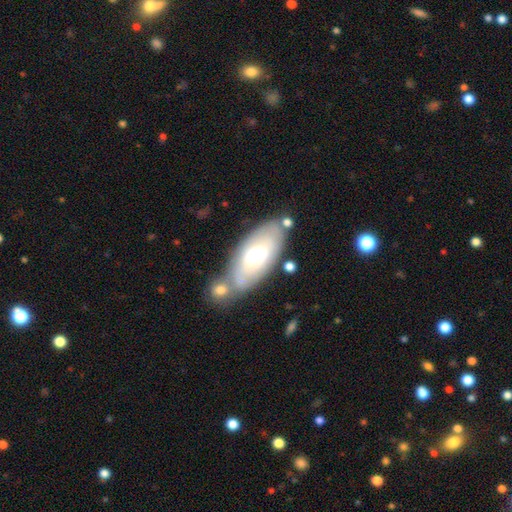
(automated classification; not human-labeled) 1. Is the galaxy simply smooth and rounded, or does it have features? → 52% smooth, 42% featured or disk, 6% star or artifact.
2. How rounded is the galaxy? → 86% in between, 12% cigar-shaped, 3% round.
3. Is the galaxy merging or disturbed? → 57% none, 20% merger, 17% minor disturbance, 6% major disturbance.